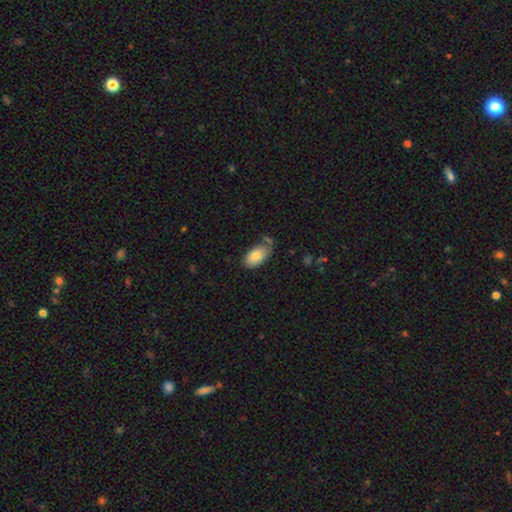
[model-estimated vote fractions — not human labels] Overall: smooth (79%). How rounded: in between (94%). Merging: none (63%).